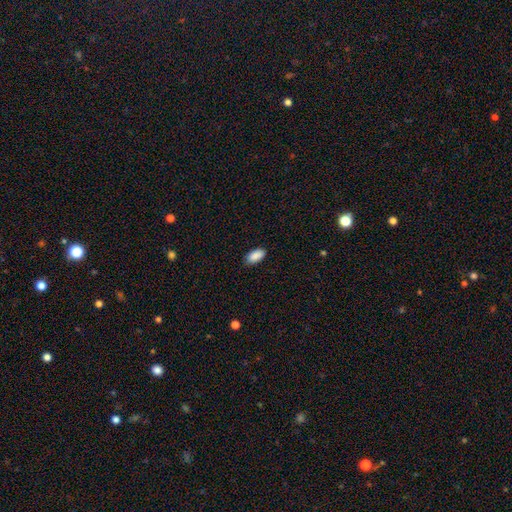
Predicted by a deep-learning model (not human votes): A smooth galaxy with no disk features (90%) that is in between round and cigar-shaped (92%).

Vote fractions:
- Smooth or featured? smooth: 90% / star or artifact: 7% / featured or disk: 3%
- How rounded? in between: 92% / cigar-shaped: 5% / round: 2%
- Merging? none: 86% / minor disturbance: 11% / major disturbance: 2% / merger: 1%